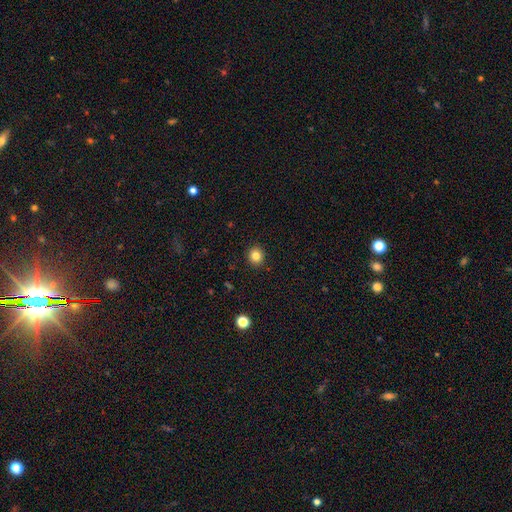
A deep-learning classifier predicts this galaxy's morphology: Smooth or featured?
  - smooth: 83% *
  - star or artifact: 12%
  - featured or disk: 5%
How rounded?
  - round: 87% *
  - in between: 12%
  - cigar-shaped: 1%
Merging?
  - none: 92% *
  - minor disturbance: 5%
  - major disturbance: 2%
  - merger: 1%